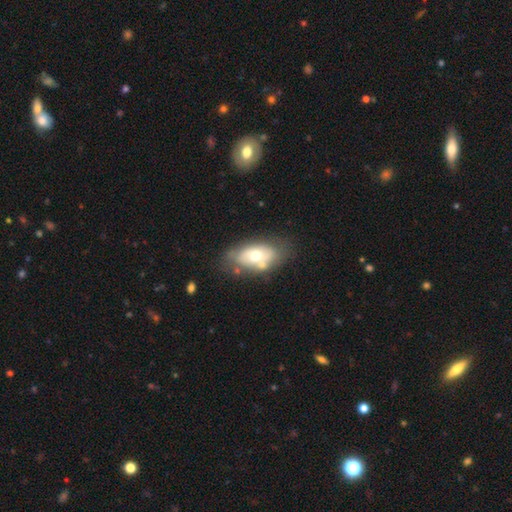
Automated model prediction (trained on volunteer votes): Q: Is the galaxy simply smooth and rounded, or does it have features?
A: smooth — 55%.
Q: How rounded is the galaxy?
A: in between — 90%.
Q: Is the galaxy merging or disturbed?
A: none — 60%.